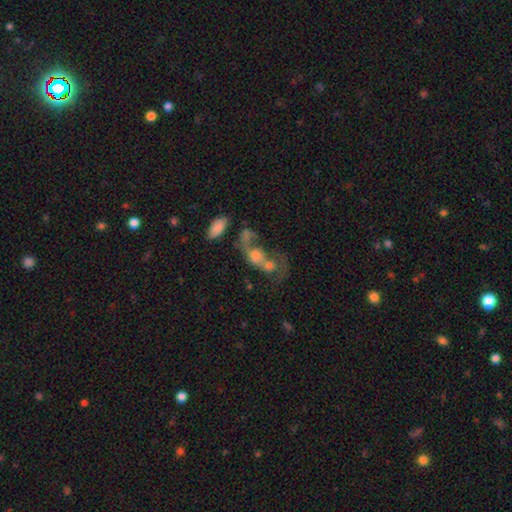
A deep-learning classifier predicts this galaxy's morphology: A featured or disk galaxy (43%). Merging: merger (59%).